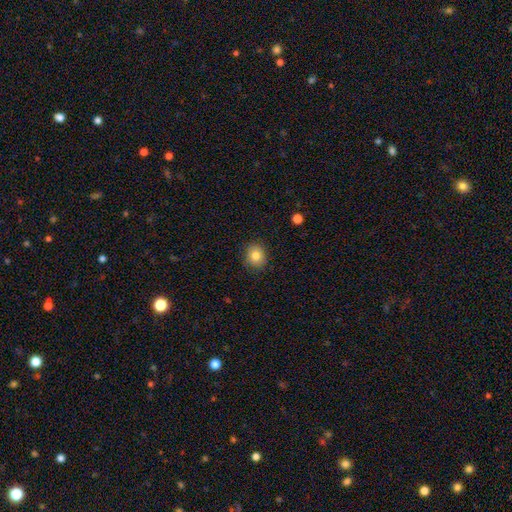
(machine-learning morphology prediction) Smooth or featured: smooth — 81% (star or artifact — 10%)
How rounded: round — 77% (in between — 22%)
Merging: none — 87% (minor disturbance — 10%)